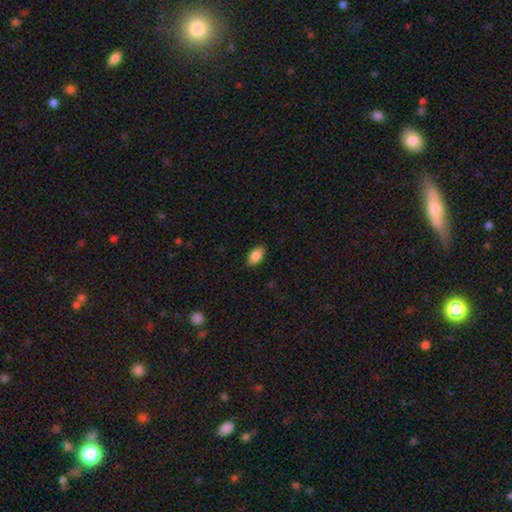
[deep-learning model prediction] A smooth galaxy with no disk features (86%) that is in between round and cigar-shaped (92%). Merging: none (87%).